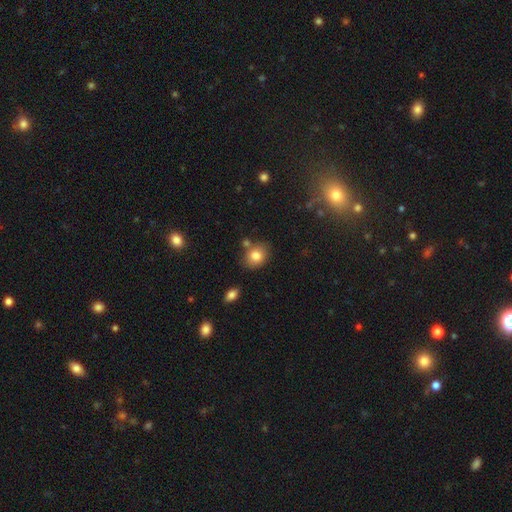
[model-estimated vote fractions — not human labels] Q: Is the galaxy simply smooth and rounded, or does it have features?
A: smooth — 80%.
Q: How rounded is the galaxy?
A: round — 54%.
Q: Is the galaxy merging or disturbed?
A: none — 73%.